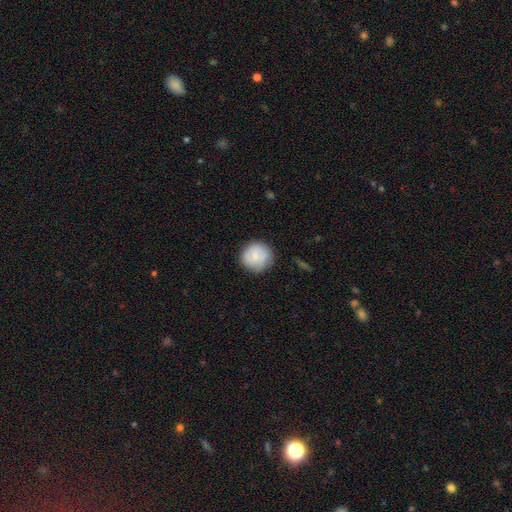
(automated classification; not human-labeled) Smooth or featured: smooth — 62% (featured or disk — 31%)
How rounded: round — 90% (in between — 9%)
Merging: none — 76% (minor disturbance — 18%)